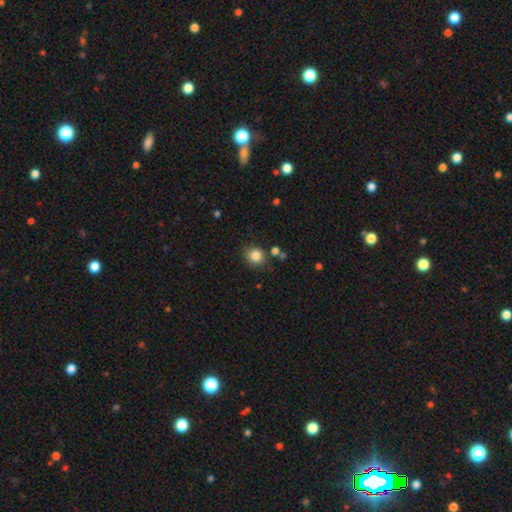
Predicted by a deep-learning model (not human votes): This is clearly a smooth galaxy (84%). How rounded: likely round (78%). Merging: likely none (78%).